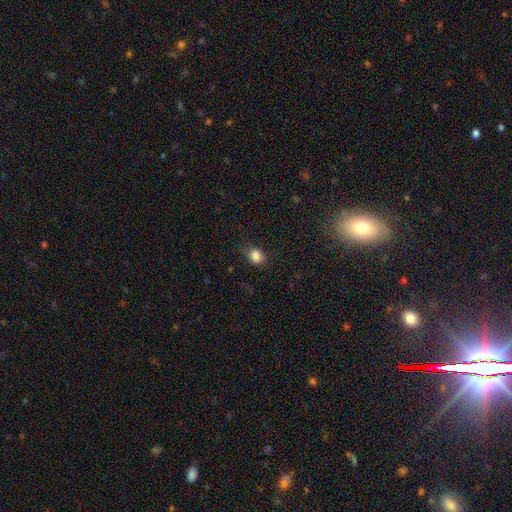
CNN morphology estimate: smooth_or_featured: smooth (p=0.84) [alt: star or artifact p=0.11]
how_rounded: round (p=0.55) [alt: in between p=0.44]
merging: none (p=0.68) [alt: minor disturbance p=0.23]